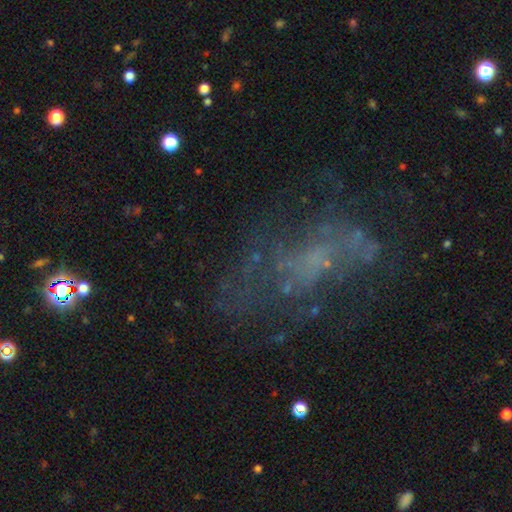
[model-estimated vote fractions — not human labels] Morphology: type=featured or disk (53%); edge-on=no (95%); bar=no (83%); spiral arms=no (75%); bulge=none (69%); merging=none (49%).